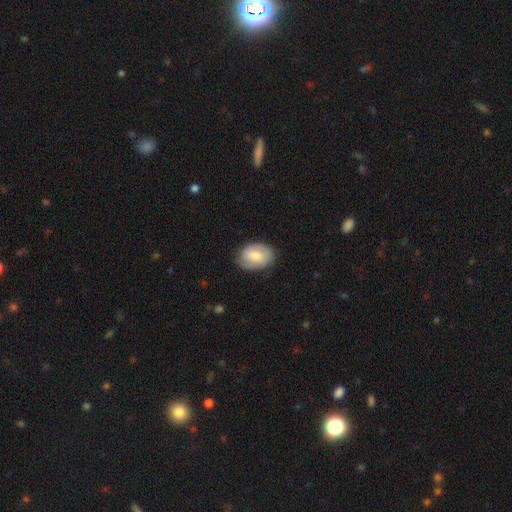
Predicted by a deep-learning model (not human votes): smooth-or-featured: smooth: 64% | featured or disk: 30% | star or artifact: 6%
  how-rounded: in between: 81% | round: 18% | cigar-shaped: 1%
  merging: none: 79% | minor disturbance: 16% | major disturbance: 4% | merger: 1%